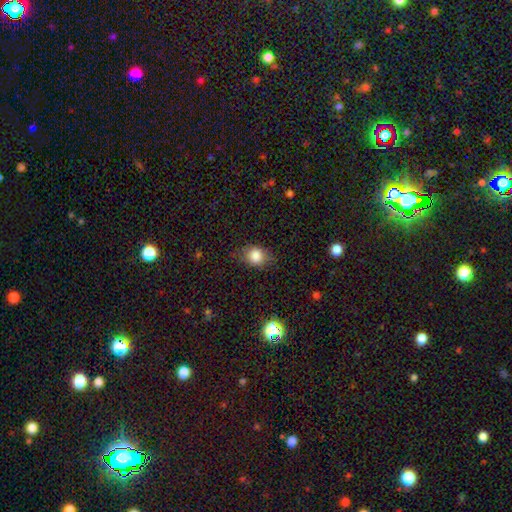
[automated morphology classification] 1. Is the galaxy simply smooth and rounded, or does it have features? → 82% smooth, 10% star or artifact, 8% featured or disk.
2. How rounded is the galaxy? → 53% round, 45% in between, 1% cigar-shaped.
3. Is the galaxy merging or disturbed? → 73% none, 20% minor disturbance, 6% major disturbance, 1% merger.